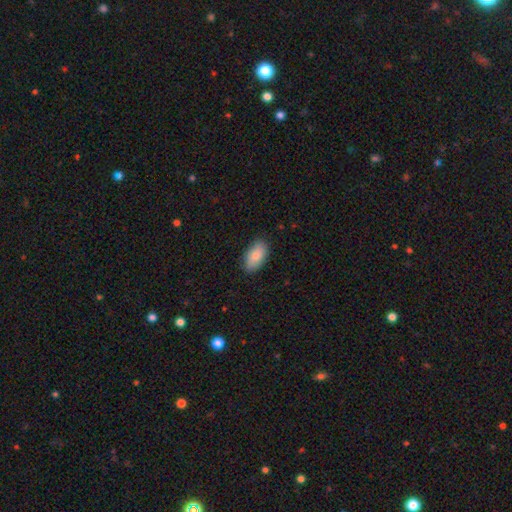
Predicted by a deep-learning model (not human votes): smooth 84%, featured or disk 10%, star or artifact 6%. Down the decision tree: how rounded — in between (94%); merging — none (85%).